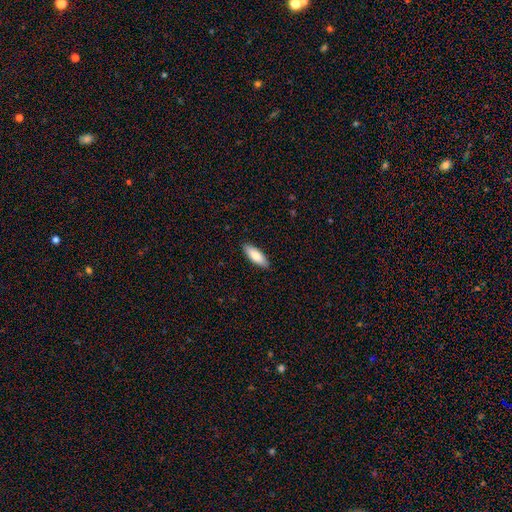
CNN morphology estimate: smooth_or_featured: smooth (p=0.82) [alt: featured or disk p=0.12]
how_rounded: in between (p=0.65) [alt: cigar-shaped p=0.33]
merging: none (p=0.89) [alt: minor disturbance p=0.08]